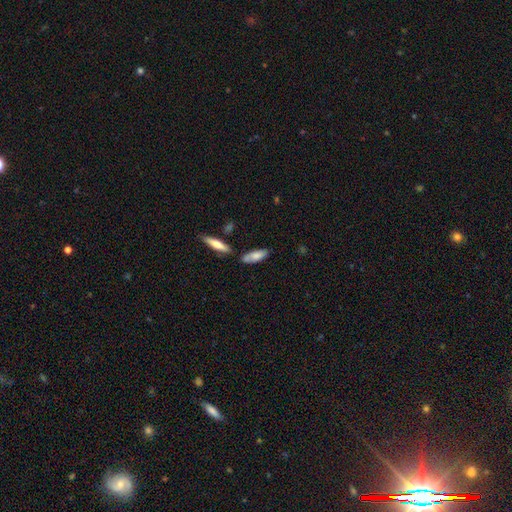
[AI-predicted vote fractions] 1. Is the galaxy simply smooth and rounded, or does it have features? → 73% smooth, 21% featured or disk, 6% star or artifact.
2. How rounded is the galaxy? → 60% in between, 38% cigar-shaped, 2% round.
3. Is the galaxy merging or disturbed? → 65% none, 19% minor disturbance, 12% merger, 4% major disturbance.